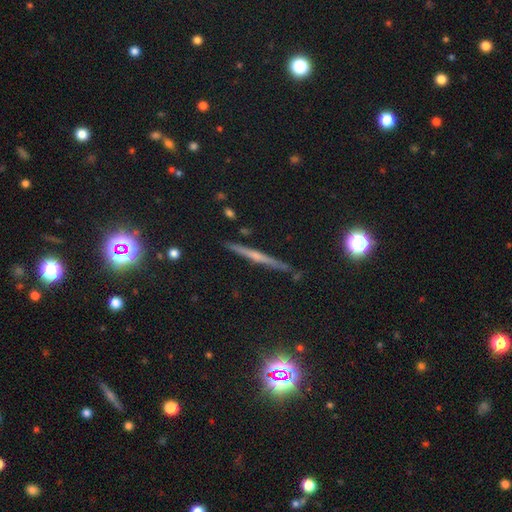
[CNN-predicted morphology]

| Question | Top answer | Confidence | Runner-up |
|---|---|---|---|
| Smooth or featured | featured or disk | 62% | smooth (24%) |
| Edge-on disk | yes | 97% | no (3%) |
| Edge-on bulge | rounded | 48% | none (42%) |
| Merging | none | 89% | minor disturbance (8%) |